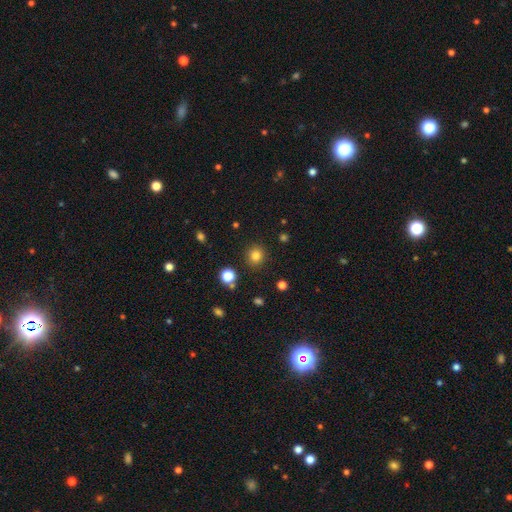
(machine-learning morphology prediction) A smooth galaxy with no disk features (82%) that is round (88%). Merging: none (89%).